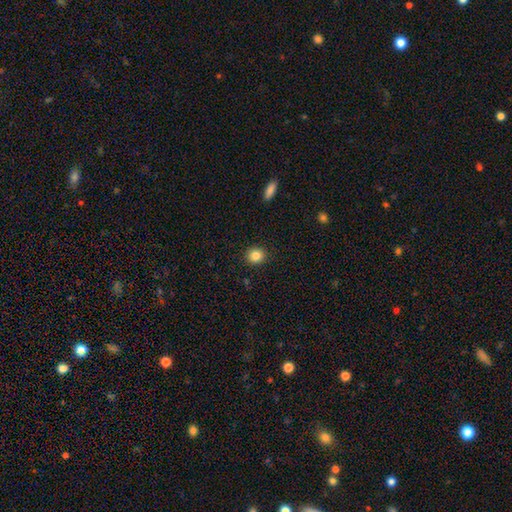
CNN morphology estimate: Smooth or featured? Predicted: smooth (p=0.85). How rounded? Predicted: round (p=0.86). Merging? Predicted: none (p=0.91).